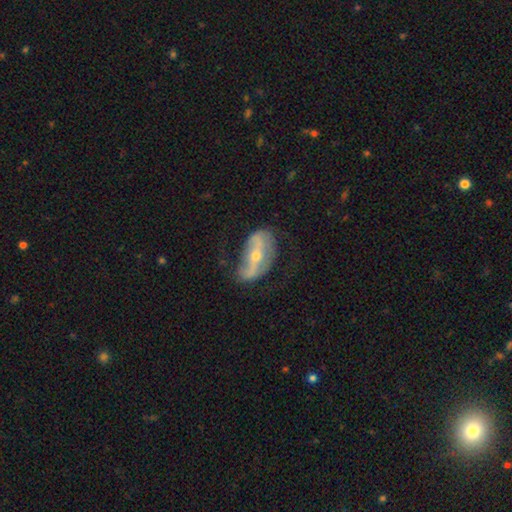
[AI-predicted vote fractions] Smooth or featured?
  - featured or disk: 74% *
  - smooth: 19%
  - star or artifact: 7%
Edge-on disk?
  - no: 86% *
  - yes: 14%
Bar?
  - strong: 60% *
  - weak: 21%
  - no: 19%
Spiral arms?
  - yes: 66% *
  - no: 34%
Bulge size?
  - small: 54% *
  - moderate: 43%
  - large: 1%
  - none: 1%
  - dominant: 1%
Merging?
  - none: 56% *
  - minor disturbance: 27%
  - major disturbance: 15%
  - merger: 2%